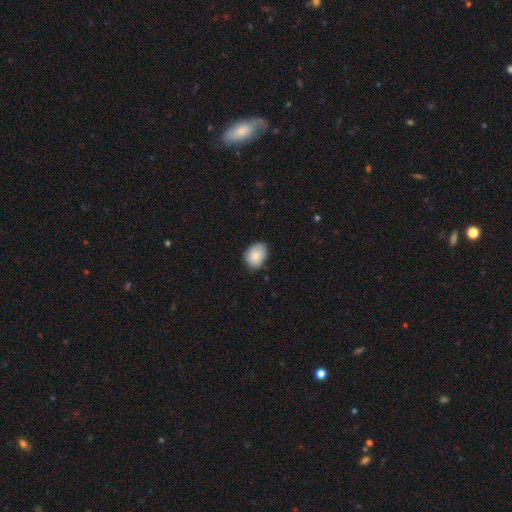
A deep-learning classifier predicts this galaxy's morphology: Smooth or featured: smooth — 82% (featured or disk — 10%)
How rounded: in between — 67% (round — 33%)
Merging: none — 72% (minor disturbance — 23%)